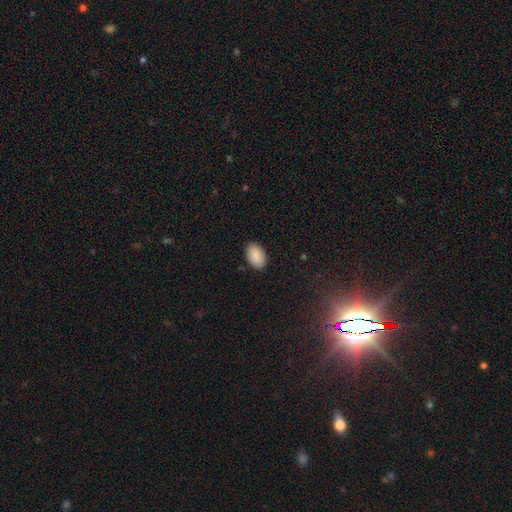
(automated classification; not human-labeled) smooth 90%, star or artifact 6%, featured or disk 4%. Down the decision tree: how rounded — in between (93%); merging — none (87%).